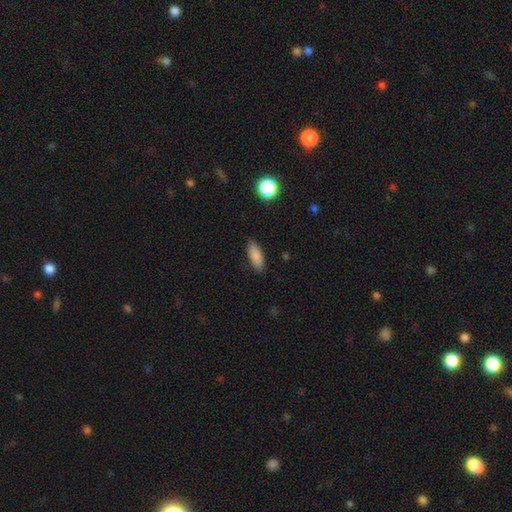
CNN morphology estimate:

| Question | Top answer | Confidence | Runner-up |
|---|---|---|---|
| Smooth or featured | smooth | 86% | star or artifact (7%) |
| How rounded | in between | 72% | cigar-shaped (25%) |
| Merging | none | 85% | minor disturbance (12%) |